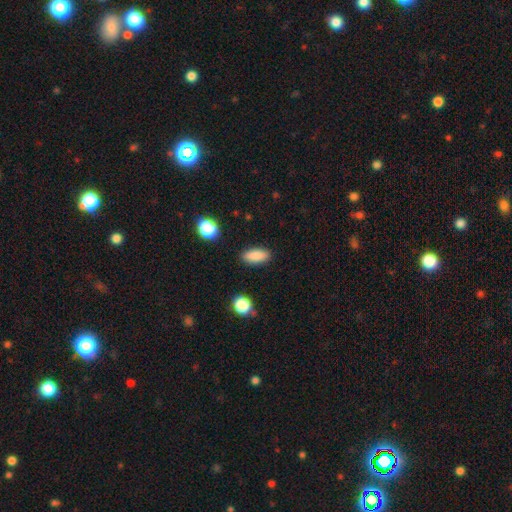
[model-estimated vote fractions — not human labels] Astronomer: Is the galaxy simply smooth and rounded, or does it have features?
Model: smooth — 87%.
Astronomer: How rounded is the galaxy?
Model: in between — 79%.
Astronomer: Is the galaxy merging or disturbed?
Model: none — 88%.